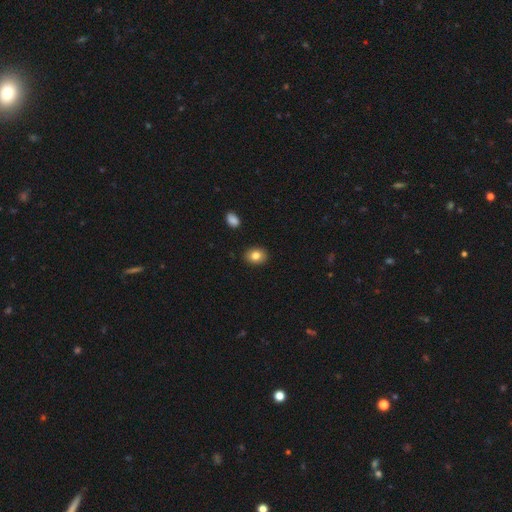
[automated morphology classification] smooth-or-featured: smooth: 82% | star or artifact: 9% | featured or disk: 9%
  how-rounded: in between: 53% | round: 46% | cigar-shaped: 1%
  merging: none: 89% | minor disturbance: 7% | major disturbance: 2% | merger: 1%